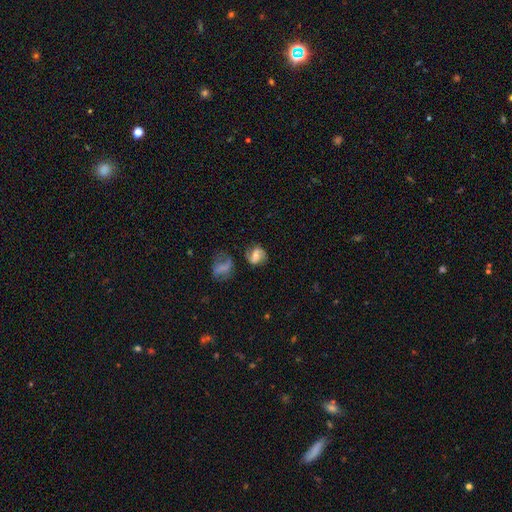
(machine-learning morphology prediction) Smooth or featured?
  - featured or disk: 70% *
  - smooth: 21%
  - star or artifact: 9%
Edge-on disk?
  - no: 97% *
  - yes: 3%
Bar?
  - weak: 41% *
  - no: 36%
  - strong: 23%
Spiral arms?
  - yes: 91% *
  - no: 9%
Spiral winding?
  - medium: 45% *
  - loose: 36%
  - tight: 19%
Spiral arm count?
  - 2: 88% *
  - can't tell: 5%
  - 1: 3%
  - 3: 1%
  - 4: 1%
  - more than 4: 1%
Bulge size?
  - moderate: 56% *
  - small: 29%
  - none: 7%
  - large: 6%
  - dominant: 2%
Merging?
  - none: 71% *
  - minor disturbance: 16%
  - major disturbance: 8%
  - merger: 5%